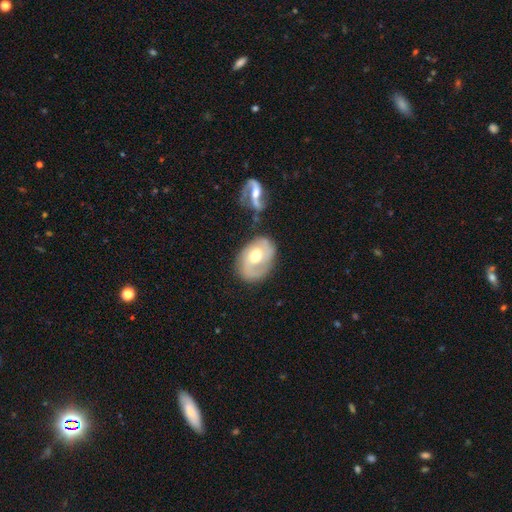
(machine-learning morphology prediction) smooth-or-featured: featured or disk: 63% | smooth: 31% | star or artifact: 6%
  disk-edge-on: no: 95% | yes: 5%
    bar: no: 59% | weak: 33% | strong: 8%
    has-spiral-arms: yes: 75% | no: 25%
    bulge-size: moderate: 75% | small: 13% | large: 10% | dominant: 1% | none: 1%
  merging: none: 59% | minor disturbance: 22% | major disturbance: 10% | merger: 9%